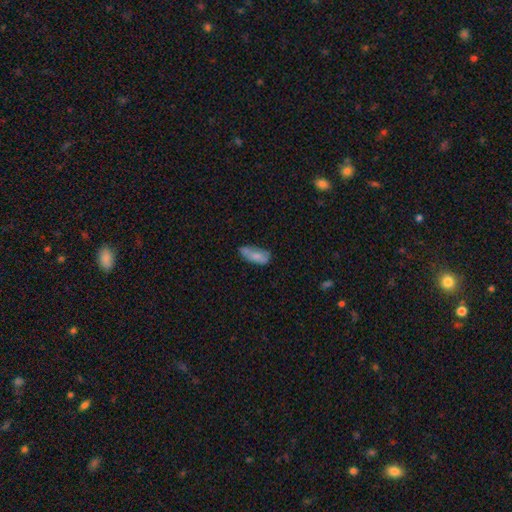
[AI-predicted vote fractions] This is likely a smooth galaxy (74%). How rounded: clearly in between (82%). Merging: marginally none (44%).